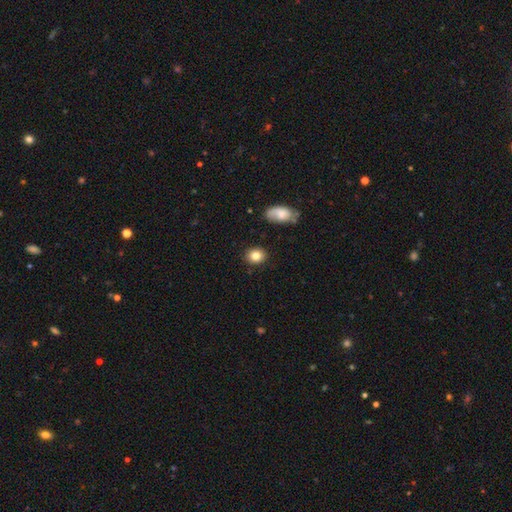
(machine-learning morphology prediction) The model was most divided on "how rounded": round: 66%, in between: 32%, cigar-shaped: 1%. More confident: merging — none (87%); smooth or featured — smooth (83%).